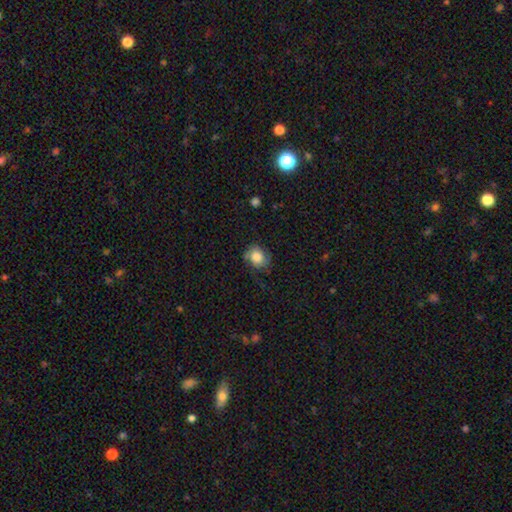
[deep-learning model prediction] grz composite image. It shows a smooth galaxy with no disk features (71%) that is round (63%). Merging: none (61%).